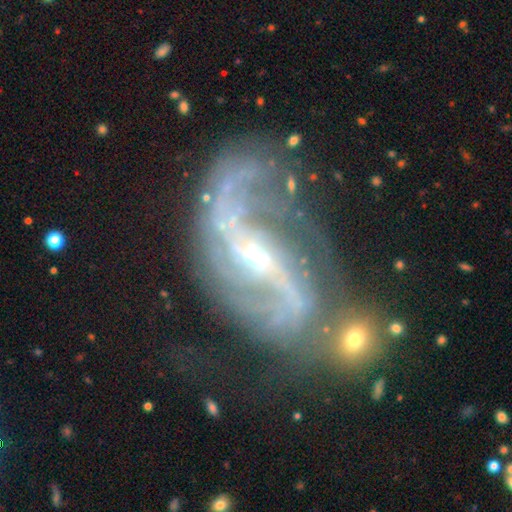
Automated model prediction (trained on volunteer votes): A featured or disk galaxy (89%) with a strong bar (41%), 2 (84%) loose (58%) spiral arms (95%) and a small central bulge (73%).

Vote fractions:
- Smooth or featured? featured or disk: 89% / star or artifact: 7% / smooth: 4%
- Edge-on disk? no: 95% / yes: 5%
- Bar? strong: 41% / weak: 34% / no: 25%
- Spiral arms? yes: 95% / no: 5%
- Spiral winding? loose: 58% / medium: 30% / tight: 12%
- Spiral arm count? 2: 84% / can't tell: 6% / 1: 3% / 3: 3% / 4: 2% / more than 4: 2%
- Bulge size? small: 73% / moderate: 23% / large: 1% / none: 1% / dominant: 1%
- Merging? none: 43% / merger: 21% / minor disturbance: 19% / major disturbance: 17%